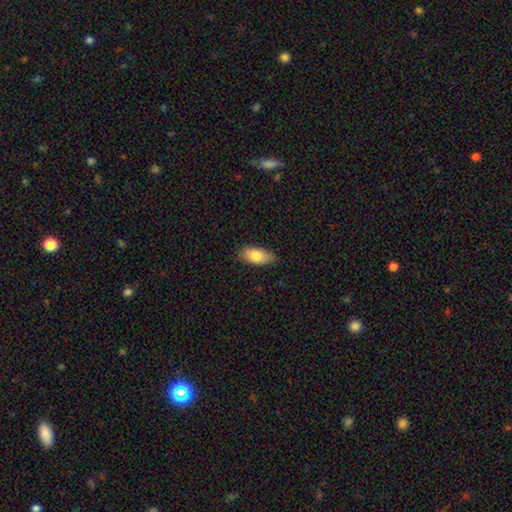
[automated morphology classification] Smooth or featured: smooth — 82% (featured or disk — 12%)
How rounded: in between — 88% (cigar-shaped — 9%)
Merging: none — 80% (minor disturbance — 17%)